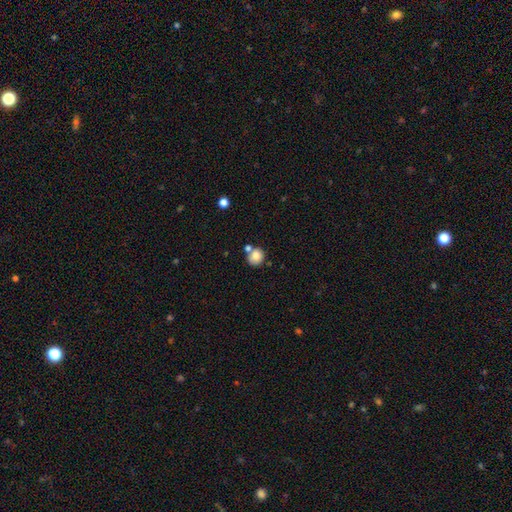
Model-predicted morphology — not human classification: Smooth or featured? smooth (81%)
How rounded? round (81%)
Merging? none (59%)